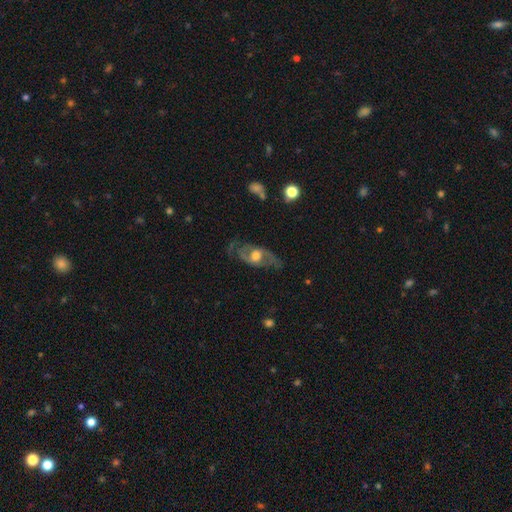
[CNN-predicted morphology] featured or disk 73%, smooth 21%, star or artifact 6%. Down the decision tree: edge-on disk — no (87%); bar — no (62%); spiral arms — yes (76%); bulge size — moderate (67%); merging — none (62%).